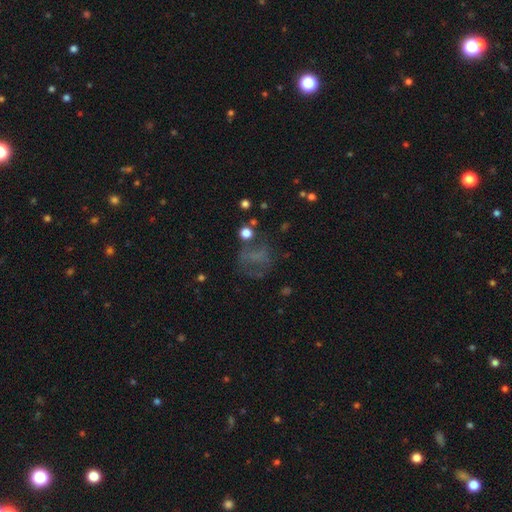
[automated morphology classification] This is marginally a smooth galaxy (38%). Merging: possibly none (47%).